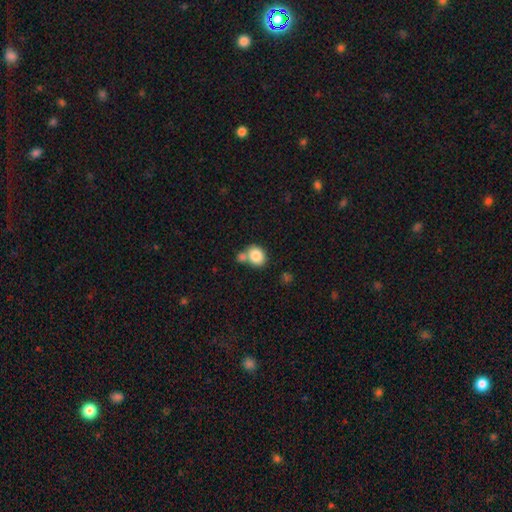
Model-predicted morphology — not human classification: This appears to be a smooth galaxy with no disk features (83%) that is round (67%). Merging: none (46%).